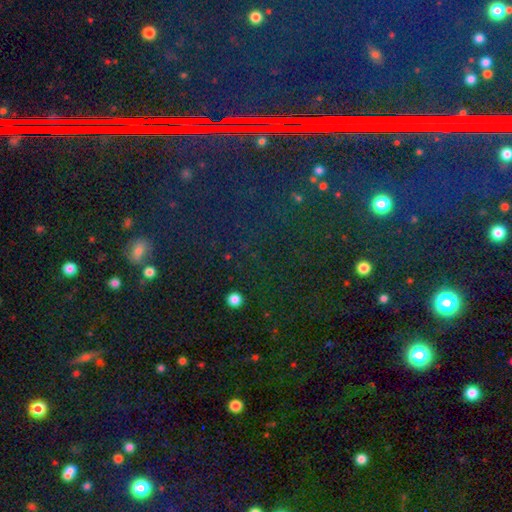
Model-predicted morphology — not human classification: smooth-or-featured: star or artifact: 81% | smooth: 10% | featured or disk: 9%